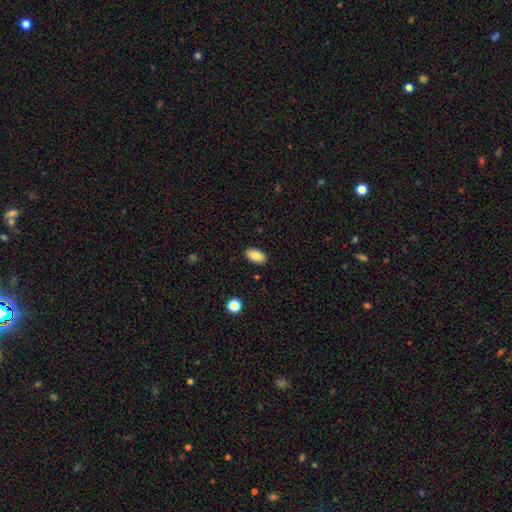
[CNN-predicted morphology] Q: Smooth or featured?
A: smooth (84%); runner-up: featured or disk (8%)
Q: How rounded?
A: in between (94%); runner-up: round (4%)
Q: Merging?
A: none (89%); runner-up: minor disturbance (8%)